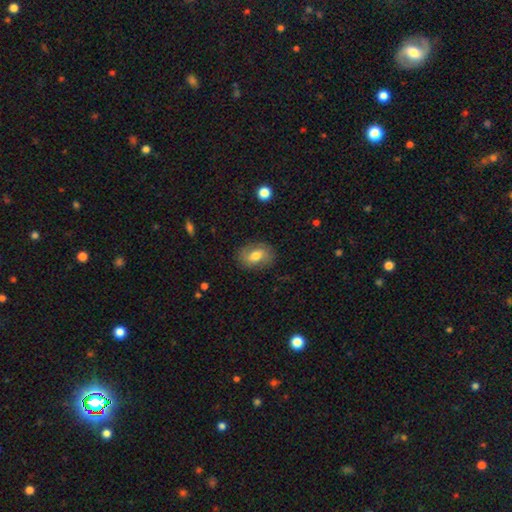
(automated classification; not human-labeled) Smooth or featured: smooth — 67% (featured or disk — 25%)
How rounded: in between — 77% (round — 22%)
Merging: none — 81% (minor disturbance — 14%)